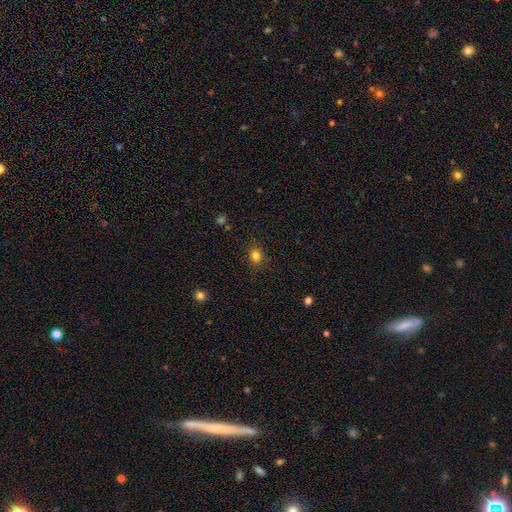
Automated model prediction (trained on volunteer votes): Smooth or featured?
  - smooth: 82% *
  - star or artifact: 13%
  - featured or disk: 5%
How rounded?
  - round: 66% *
  - in between: 33%
  - cigar-shaped: 1%
Merging?
  - none: 87% *
  - minor disturbance: 9%
  - major disturbance: 3%
  - merger: 1%